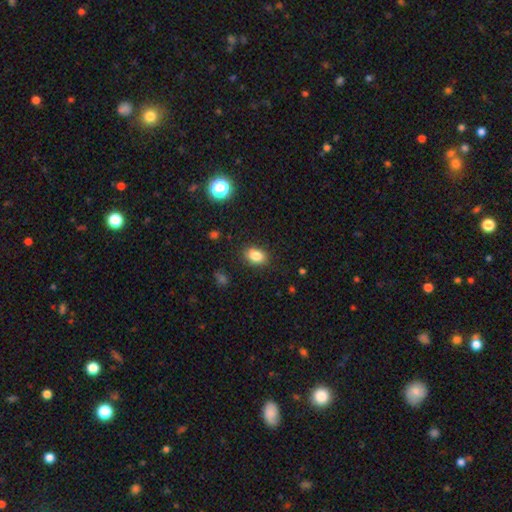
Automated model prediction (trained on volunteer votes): This is clearly a smooth galaxy (84%). How rounded: likely in between (78%). Merging: clearly none (85%).